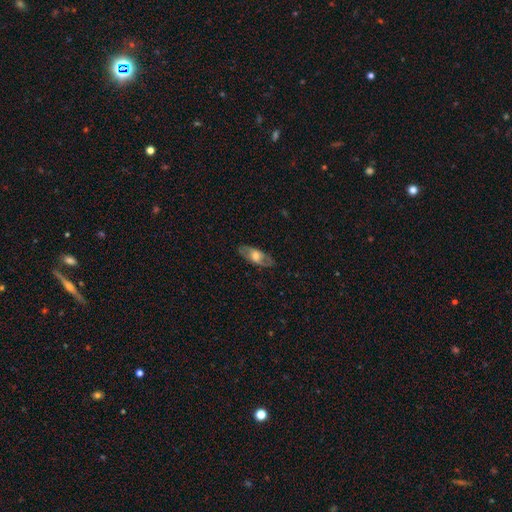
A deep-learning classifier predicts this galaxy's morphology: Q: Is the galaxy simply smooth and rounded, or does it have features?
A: featured or disk — 50%.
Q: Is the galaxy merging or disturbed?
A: none — 80%.